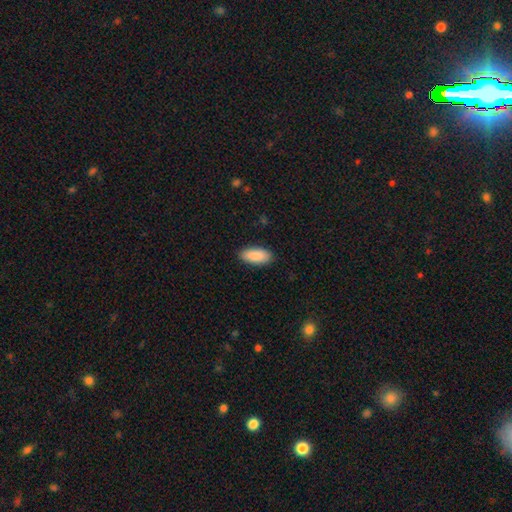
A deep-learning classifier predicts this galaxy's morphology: smooth_or_featured: smooth (p=0.90) [alt: star or artifact p=0.06]
how_rounded: in between (p=0.88) [alt: cigar-shaped p=0.10]
merging: none (p=0.89) [alt: minor disturbance p=0.08]